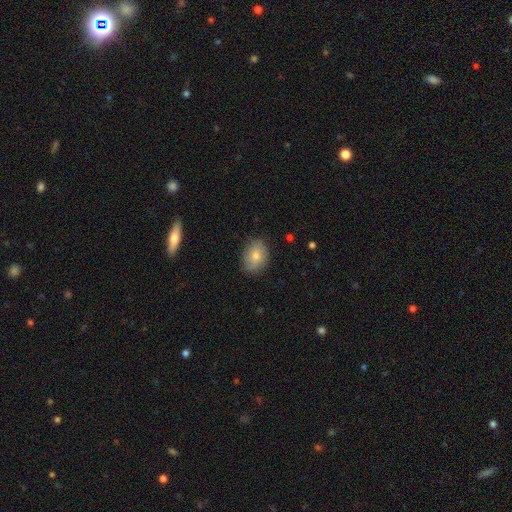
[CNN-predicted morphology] A smooth galaxy with no disk features (72%) that is in between round and cigar-shaped (72%).

Vote fractions:
- Smooth or featured? smooth: 72% / featured or disk: 19% / star or artifact: 9%
- How rounded? in between: 72% / round: 26% / cigar-shaped: 2%
- Merging? none: 81% / minor disturbance: 15% / major disturbance: 3% / merger: 1%